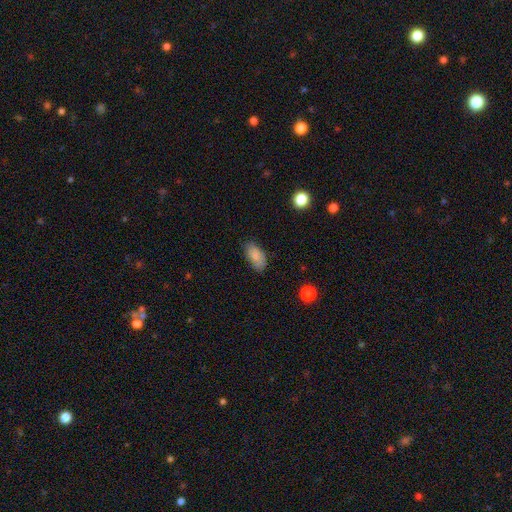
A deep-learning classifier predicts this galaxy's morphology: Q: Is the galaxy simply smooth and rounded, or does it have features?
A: smooth — 86%.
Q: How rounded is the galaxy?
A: in between — 92%.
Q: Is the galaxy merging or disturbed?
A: none — 76%.